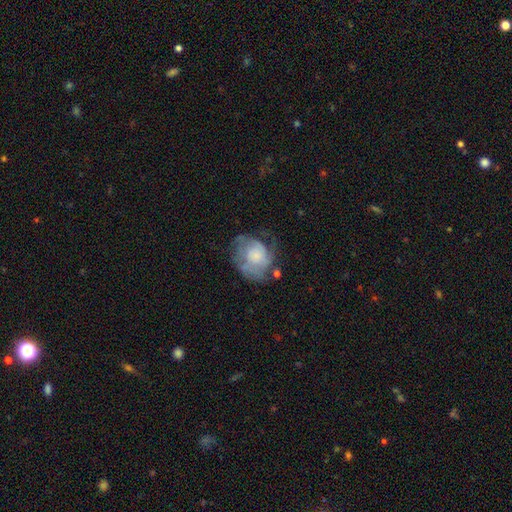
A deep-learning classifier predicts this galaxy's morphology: type=featured or disk (63%); edge-on=no (98%); bar=no (81%); spiral arms=yes (74%); bulge=small (25%); merging=none (43%).